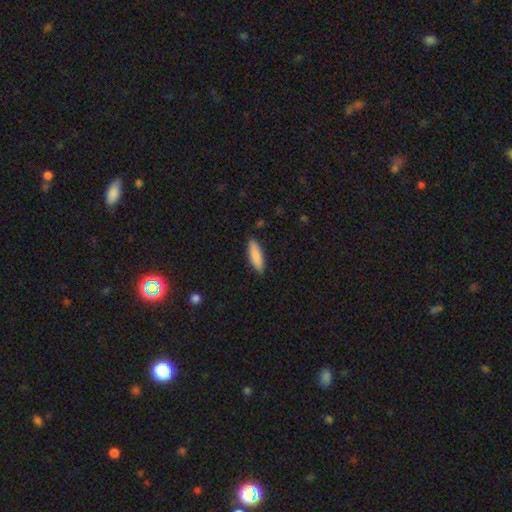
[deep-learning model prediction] smooth 87%, featured or disk 7%, star or artifact 6%. Down the decision tree: how rounded — cigar-shaped (50%); merging — none (87%).